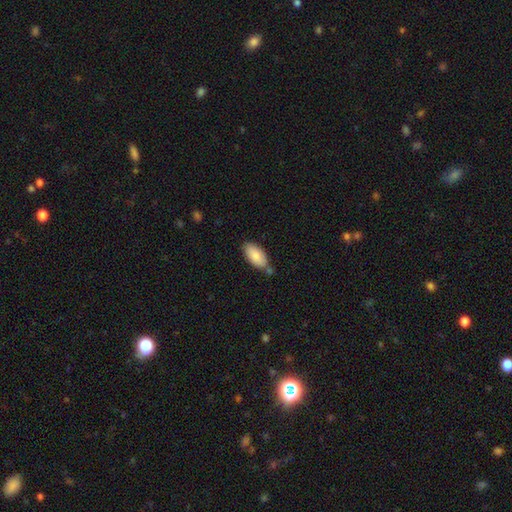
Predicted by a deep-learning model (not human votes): Smooth or featured: smooth — 85% (featured or disk — 9%)
How rounded: in between — 93% (cigar-shaped — 5%)
Merging: none — 65% (minor disturbance — 20%)